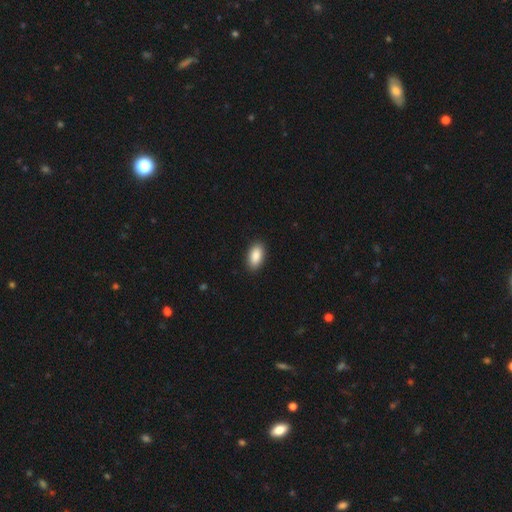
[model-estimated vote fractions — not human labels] This appears to be a smooth galaxy with no disk features (89%) that is in between round and cigar-shaped (94%). Merging: none (90%).